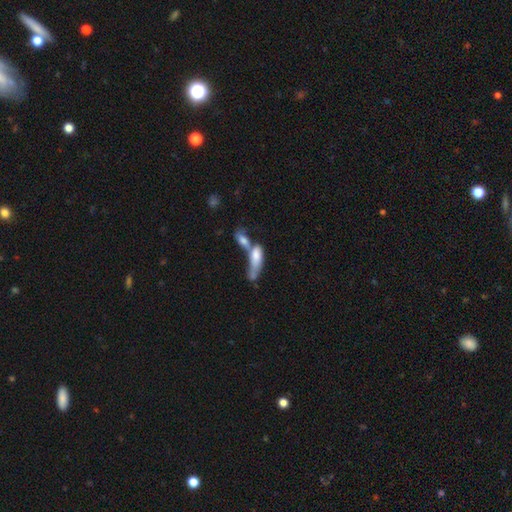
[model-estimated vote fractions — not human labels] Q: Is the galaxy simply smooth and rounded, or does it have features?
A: smooth — 65%.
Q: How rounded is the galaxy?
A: in between — 60%.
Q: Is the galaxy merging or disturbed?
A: merger — 69%.